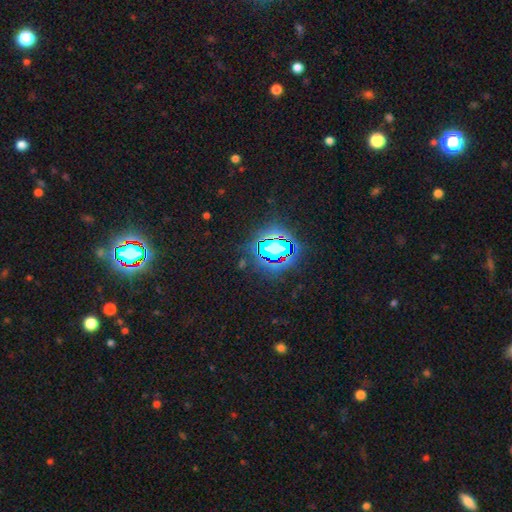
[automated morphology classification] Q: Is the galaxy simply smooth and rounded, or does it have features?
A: star or artifact — 81%.